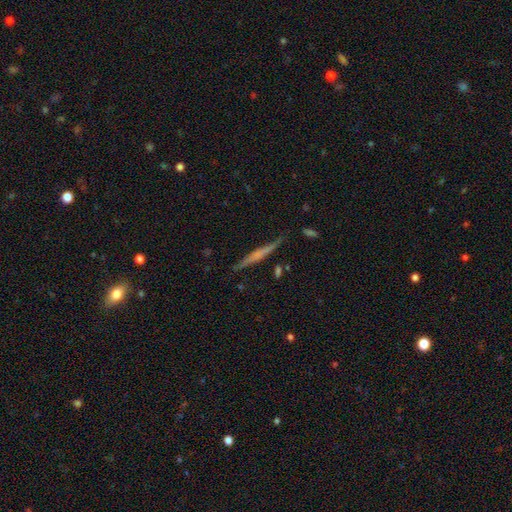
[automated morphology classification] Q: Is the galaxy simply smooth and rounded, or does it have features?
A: featured or disk — 60%.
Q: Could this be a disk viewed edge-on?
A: yes — 97%.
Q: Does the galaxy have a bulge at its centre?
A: none — 59%.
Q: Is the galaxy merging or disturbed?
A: none — 85%.